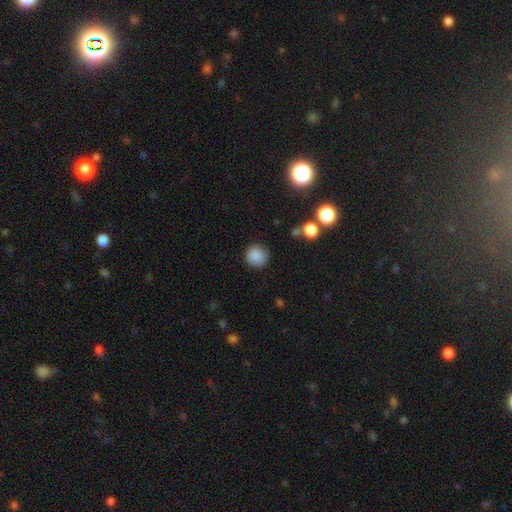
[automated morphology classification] A smooth galaxy with no disk features (86%) that is round (91%). Merging: none (86%).